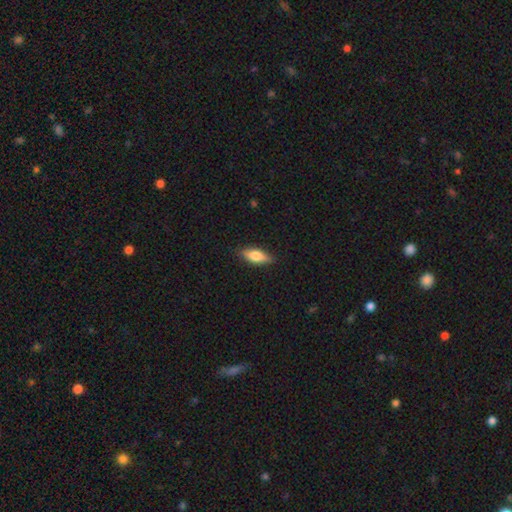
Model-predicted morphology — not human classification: This is likely a smooth galaxy (72%). How rounded: likely in between (68%). Merging: clearly none (87%).